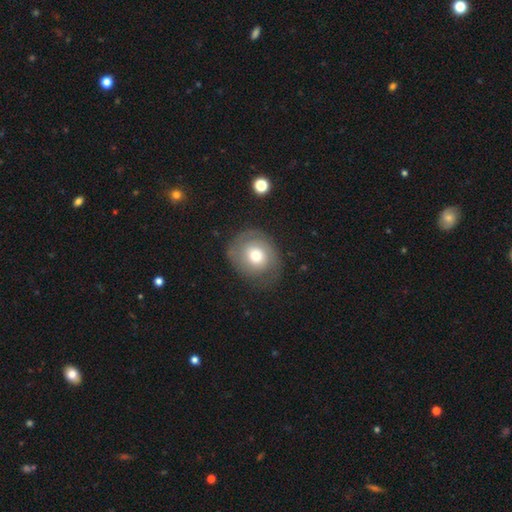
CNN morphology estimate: Overall: smooth (48%; featured or disk 45%). Merging: none (71%).